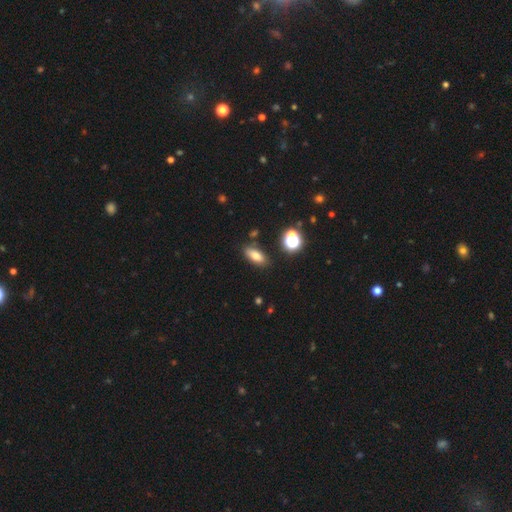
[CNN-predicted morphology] Overall: smooth (73%). How rounded: in between (77%). Merging: none (83%).